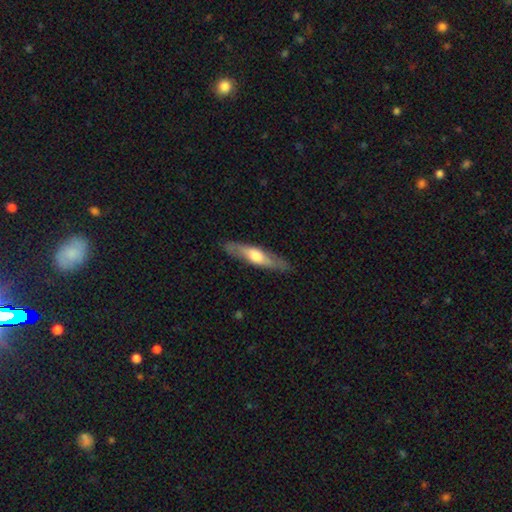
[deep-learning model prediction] Smooth or featured: featured or disk — 51% (smooth — 44%)
Edge-on disk: yes — 80% (no — 20%)
Merging: none — 85% (minor disturbance — 11%)